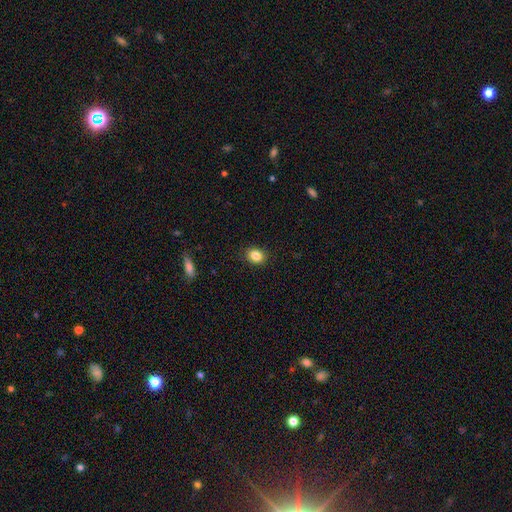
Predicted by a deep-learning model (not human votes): This is clearly a smooth galaxy (84%). How rounded: possibly round (50%). Merging: clearly none (89%).